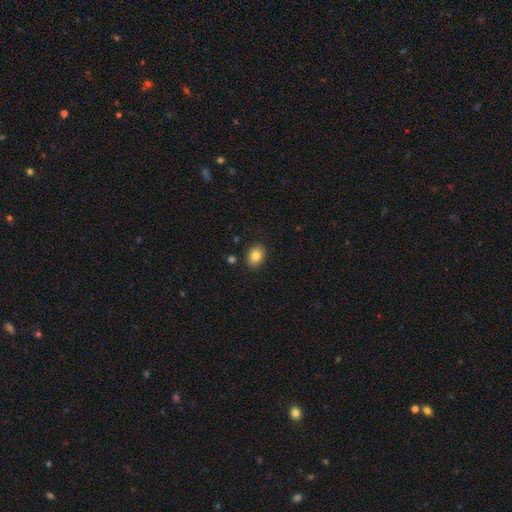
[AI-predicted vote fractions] Smooth or featured? smooth (84%)
How rounded? in between (61%)
Merging? none (87%)